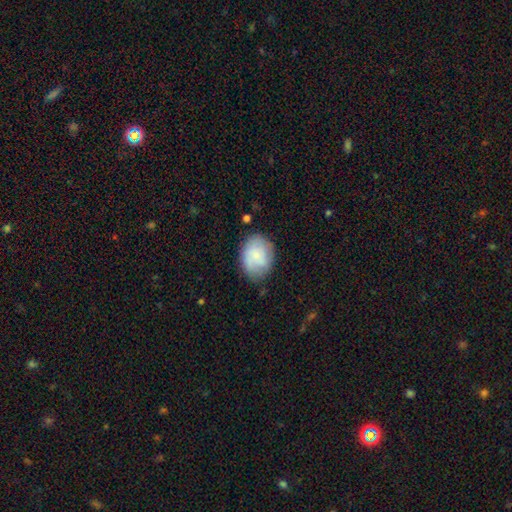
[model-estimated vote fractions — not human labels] This is likely a smooth galaxy (72%). How rounded: likely in between (70%). Merging: likely none (71%).